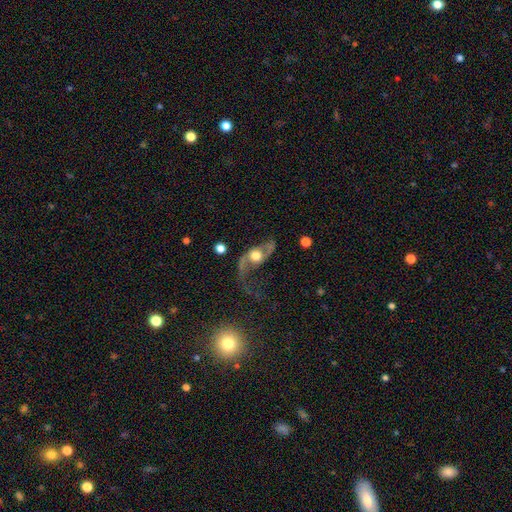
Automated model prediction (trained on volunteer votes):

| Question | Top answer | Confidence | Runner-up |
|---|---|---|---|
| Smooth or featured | featured or disk | 75% | smooth (18%) |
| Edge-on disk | no | 90% | yes (10%) |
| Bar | no | 73% | weak (21%) |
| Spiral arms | yes | 86% | no (14%) |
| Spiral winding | loose | 78% | medium (18%) |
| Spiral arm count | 2 | 85% | 1 (9%) |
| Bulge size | moderate | 56% | large (32%) |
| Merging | major disturbance | 39% | tied: none (39%) |